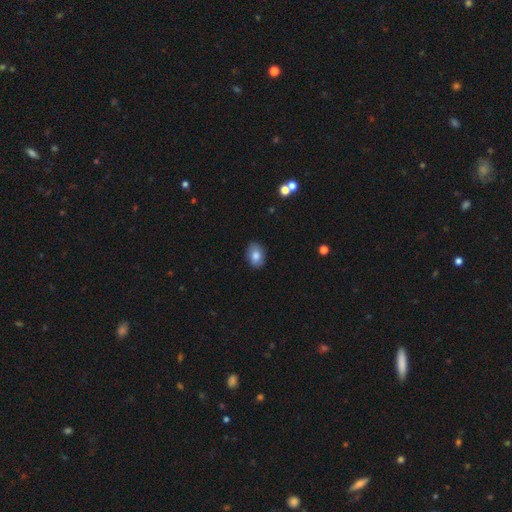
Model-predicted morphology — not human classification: This is clearly a smooth galaxy (81%). How rounded: clearly in between (80%). Merging: clearly none (87%).